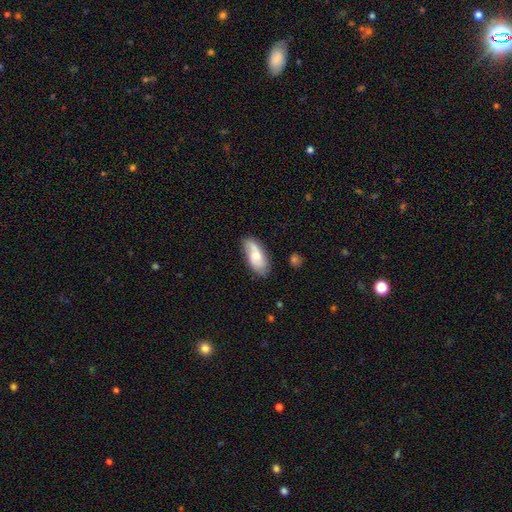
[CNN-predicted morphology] Smooth or featured? Predicted: smooth (p=0.56). How rounded? Predicted: in between (p=0.85). Merging? Predicted: none (p=0.70).